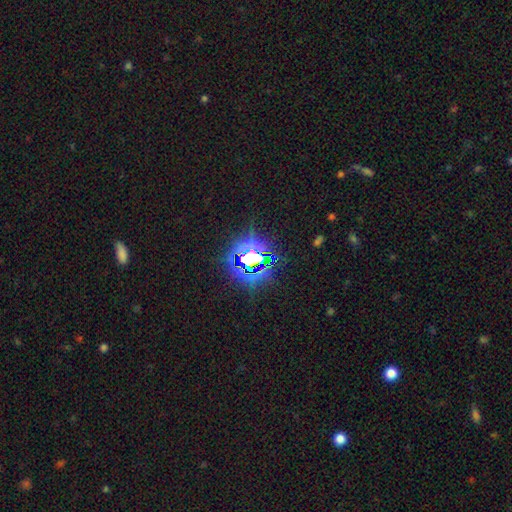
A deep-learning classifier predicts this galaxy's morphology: smooth-or-featured: star or artifact: 80% | smooth: 11% | featured or disk: 9%